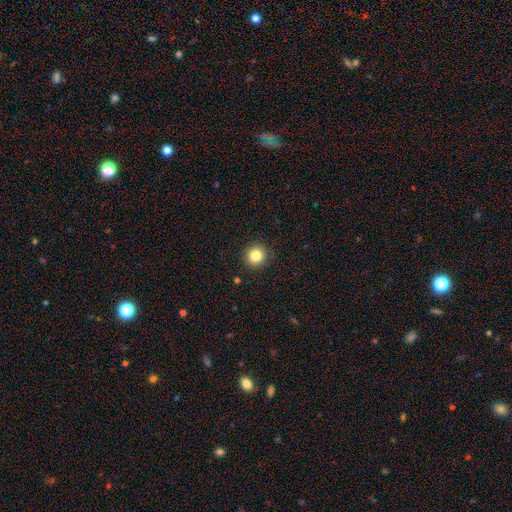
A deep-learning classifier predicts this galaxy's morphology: Smooth or featured?
  - smooth: 83% *
  - star or artifact: 11%
  - featured or disk: 6%
How rounded?
  - round: 92% *
  - in between: 7%
  - cigar-shaped: 1%
Merging?
  - none: 90% *
  - minor disturbance: 7%
  - major disturbance: 2%
  - merger: 1%